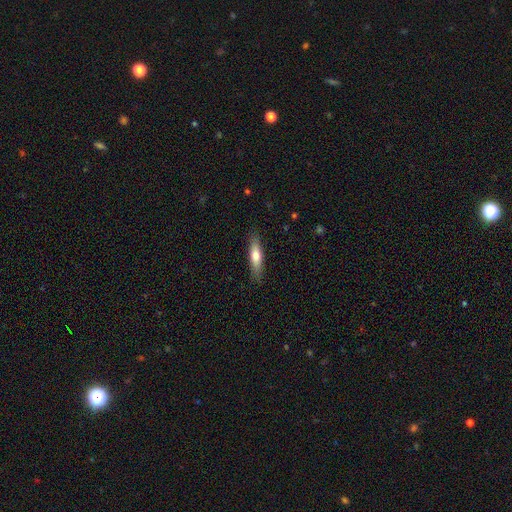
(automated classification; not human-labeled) Morphology: type=smooth (66%); roundness=cigar-shaped (68%); merging=none (87%).